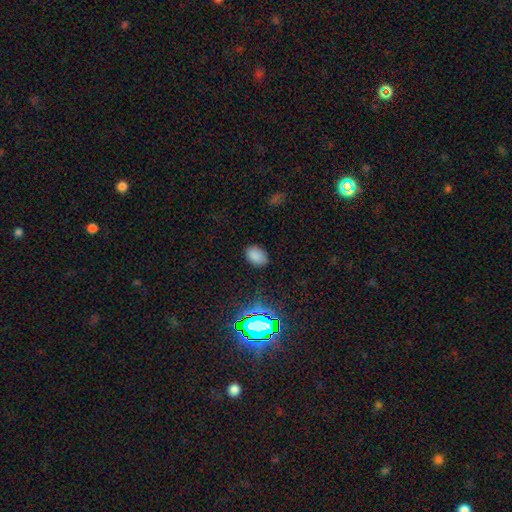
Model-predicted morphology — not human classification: Smooth or featured? smooth (79%)
How rounded? in between (84%)
Merging? none (83%)